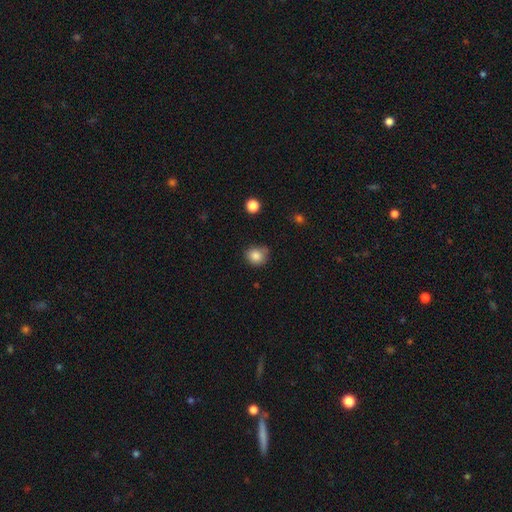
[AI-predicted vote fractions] Smooth or featured: smooth — 84% (star or artifact — 11%)
How rounded: round — 82% (in between — 17%)
Merging: none — 69% (minor disturbance — 22%)